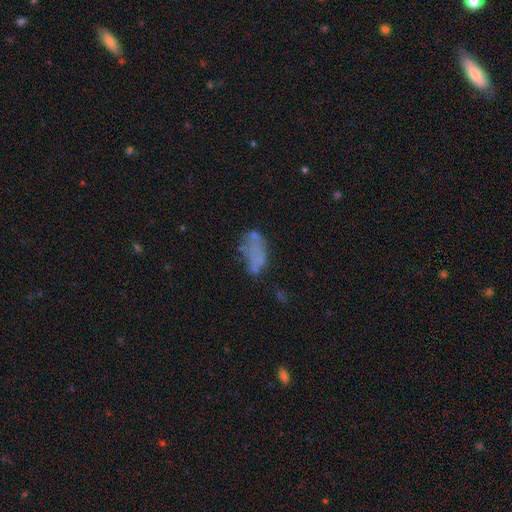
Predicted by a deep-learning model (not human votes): This is marginally a smooth galaxy (45%). Merging: marginally none (37%).